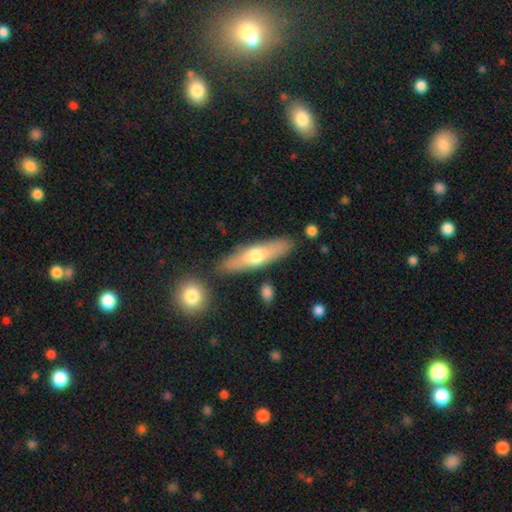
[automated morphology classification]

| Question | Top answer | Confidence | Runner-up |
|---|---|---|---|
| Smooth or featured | smooth | 56% | featured or disk (38%) |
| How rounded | cigar-shaped | 67% | in between (30%) |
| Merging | none | 83% | minor disturbance (11%) |